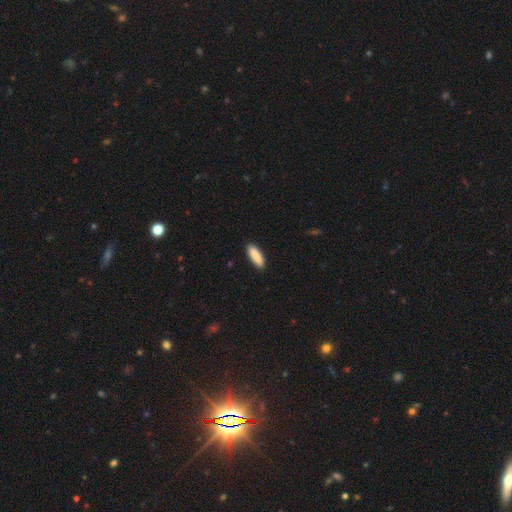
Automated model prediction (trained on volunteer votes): smooth_or_featured: smooth (p=0.91) [alt: star or artifact p=0.05]
how_rounded: in between (p=0.60) [alt: cigar-shaped p=0.39]
merging: none (p=0.90) [alt: minor disturbance p=0.07]